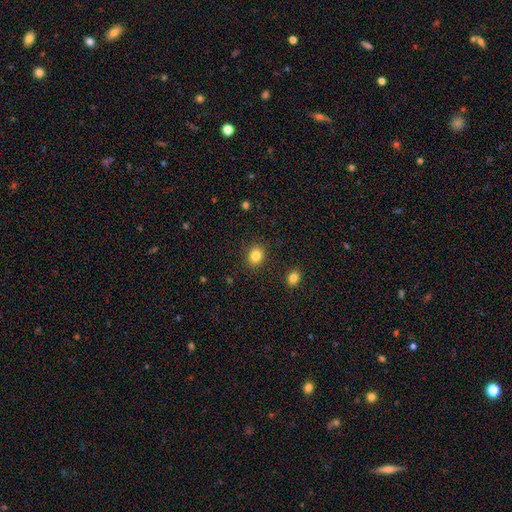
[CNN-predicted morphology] type=smooth (83%); roundness=round (61%); merging=none (88%).